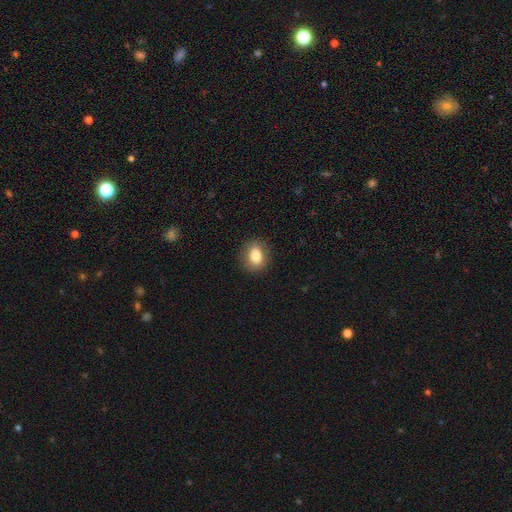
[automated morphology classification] This appears to be a smooth galaxy with no disk features (79%) that is in between round and cigar-shaped (50%). Merging: none (86%).